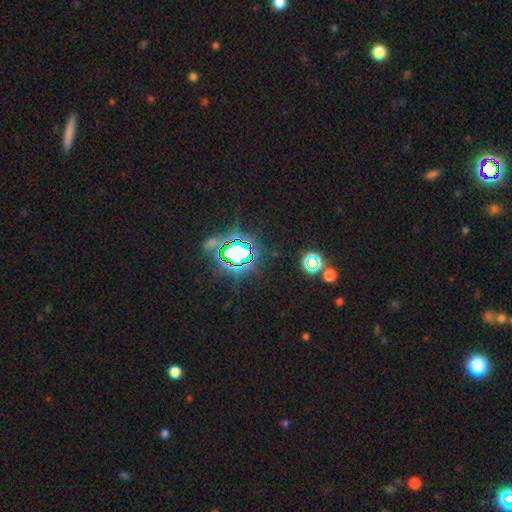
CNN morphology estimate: Smooth or featured: star or artifact — 80% (smooth — 12%)